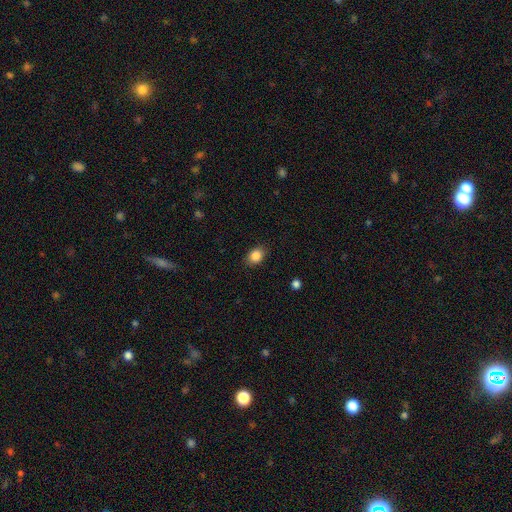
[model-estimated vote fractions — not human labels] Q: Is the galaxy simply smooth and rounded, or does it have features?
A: smooth — 86%.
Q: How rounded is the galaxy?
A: in between — 63%.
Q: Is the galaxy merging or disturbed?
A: none — 86%.